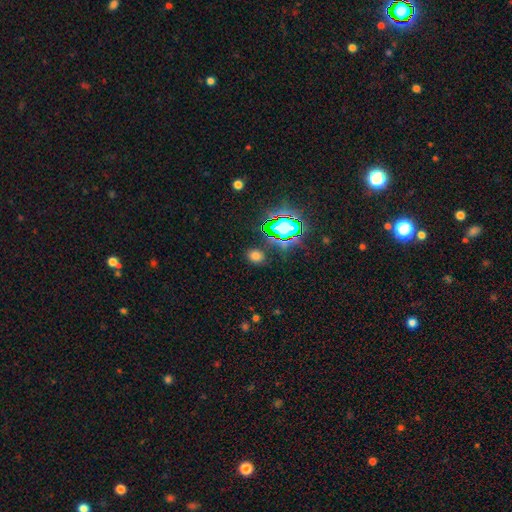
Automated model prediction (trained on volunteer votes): The model was most divided on "how rounded": in between: 53%, round: 46%, cigar-shaped: 2%. More confident: merging — none (85%); smooth or featured — smooth (64%).